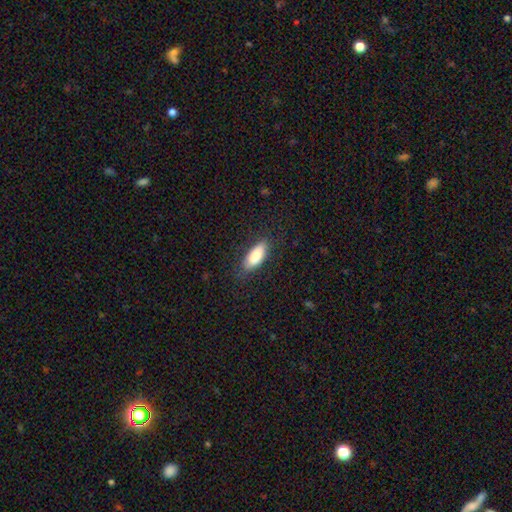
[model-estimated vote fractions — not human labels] Q: Smooth or featured?
A: smooth (83%); runner-up: featured or disk (11%)
Q: How rounded?
A: in between (79%); runner-up: cigar-shaped (19%)
Q: Merging?
A: none (79%); runner-up: minor disturbance (15%)